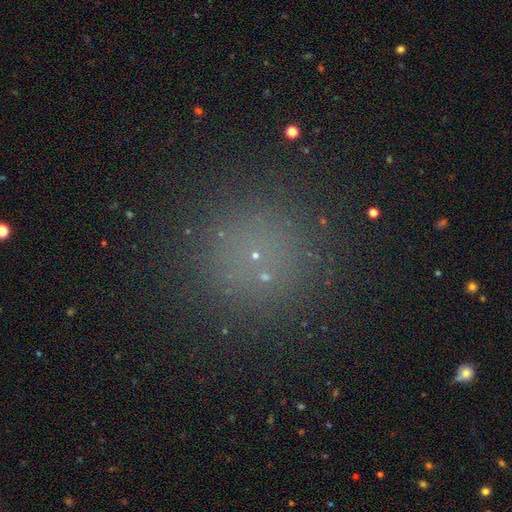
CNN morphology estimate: Smooth or featured? Predicted: smooth (p=0.61). How rounded? Predicted: round (p=0.96). Merging? Predicted: none (p=0.88).